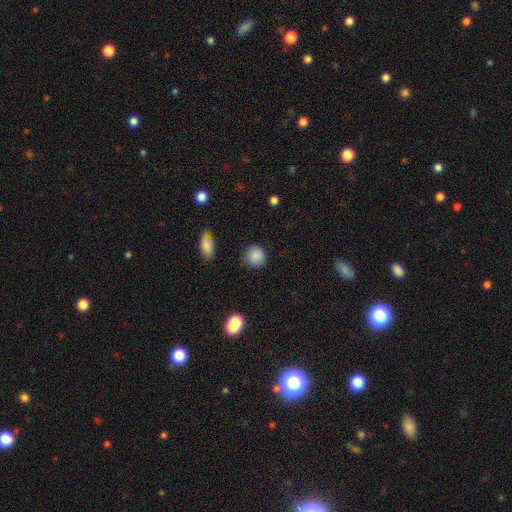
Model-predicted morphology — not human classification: smooth-or-featured: smooth: 88% | star or artifact: 8% | featured or disk: 4%
  how-rounded: round: 90% | in between: 9% | cigar-shaped: 1%
  merging: none: 86% | minor disturbance: 10% | major disturbance: 3% | merger: 2%